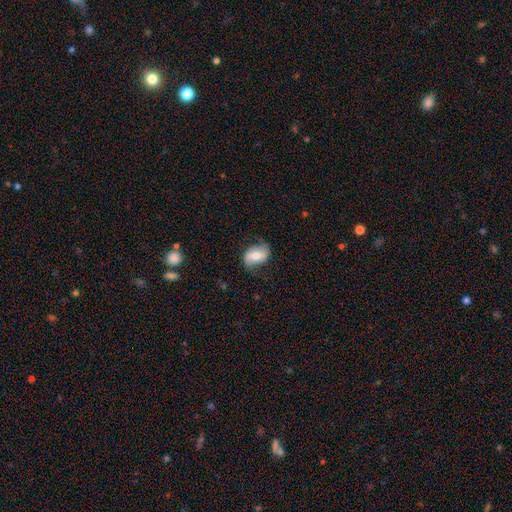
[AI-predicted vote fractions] Smooth or featured? Predicted: featured or disk (p=0.53). Edge-on disk? Predicted: no (p=0.94). Bar? Predicted: weak (p=0.37). Spiral arms? Predicted: yes (p=0.77). Bulge size? Predicted: moderate (p=0.65). Merging? Predicted: none (p=0.69).